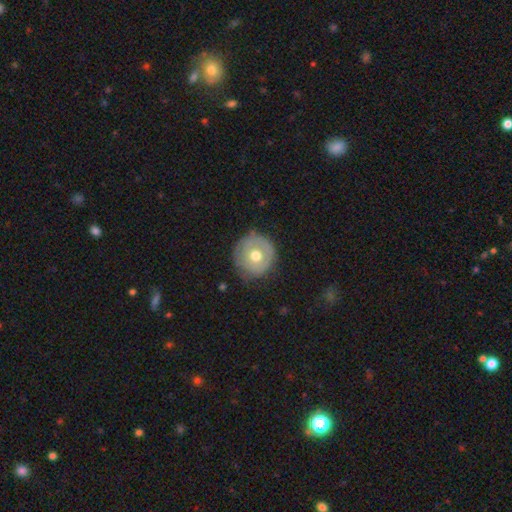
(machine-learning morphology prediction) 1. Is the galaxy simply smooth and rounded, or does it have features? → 56% smooth, 37% featured or disk, 7% star or artifact.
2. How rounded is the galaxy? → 93% round, 6% in between, 1% cigar-shaped.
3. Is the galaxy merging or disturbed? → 74% none, 19% minor disturbance, 6% major disturbance, 1% merger.